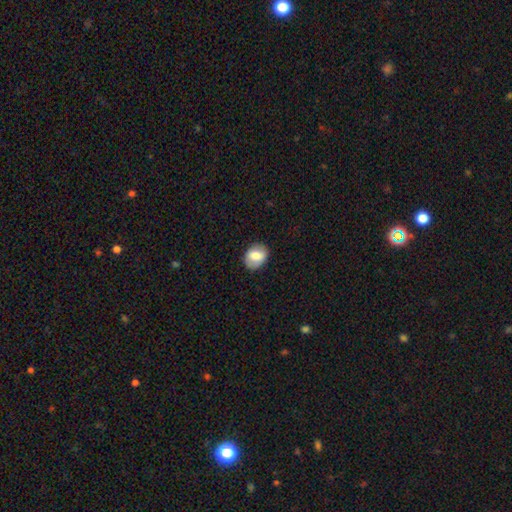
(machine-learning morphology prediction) Overall: smooth (77%). How rounded: in between (59%; round 40%). Merging: none (85%).